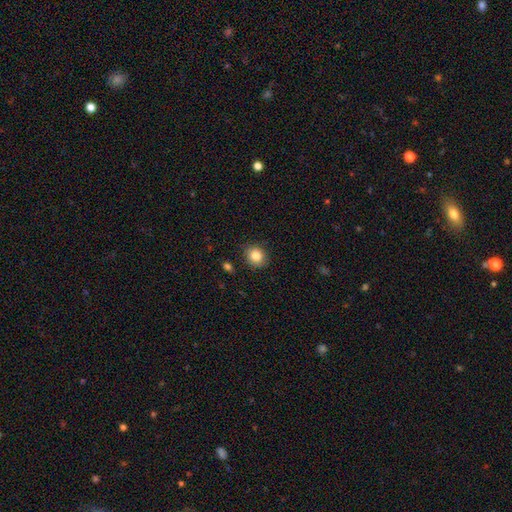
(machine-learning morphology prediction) type=smooth (83%); roundness=round (73%); merging=none (87%).